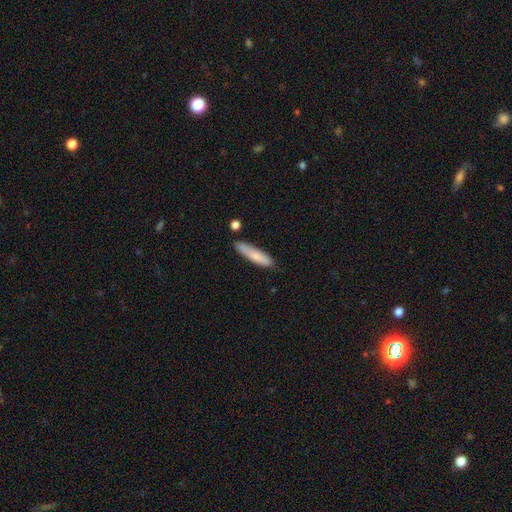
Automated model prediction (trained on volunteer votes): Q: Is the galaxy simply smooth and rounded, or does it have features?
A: smooth — 79%.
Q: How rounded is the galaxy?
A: cigar-shaped — 79%.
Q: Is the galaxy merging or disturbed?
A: none — 75%.